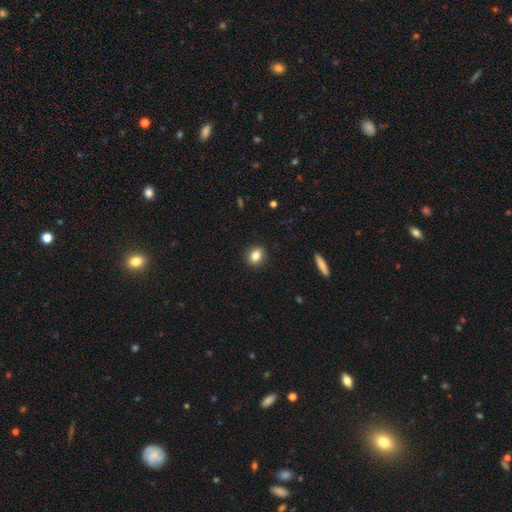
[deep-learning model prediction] Smooth or featured: smooth — 83% (star or artifact — 10%)
How rounded: round — 57% (in between — 41%)
Merging: none — 91% (minor disturbance — 7%)